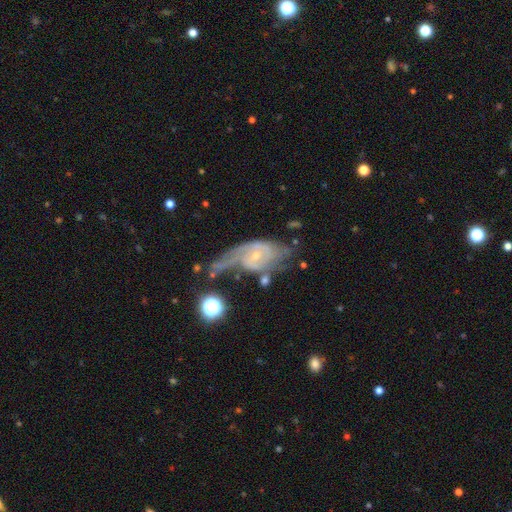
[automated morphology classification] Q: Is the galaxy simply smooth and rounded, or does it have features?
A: featured or disk — 79%.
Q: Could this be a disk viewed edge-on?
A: no — 94%.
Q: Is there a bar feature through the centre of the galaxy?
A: no — 62%.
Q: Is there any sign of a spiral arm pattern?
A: yes — 89%.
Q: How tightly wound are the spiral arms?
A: medium — 41%.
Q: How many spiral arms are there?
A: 2 — 48%.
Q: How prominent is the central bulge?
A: small — 72%.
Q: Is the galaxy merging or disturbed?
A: none — 34%.